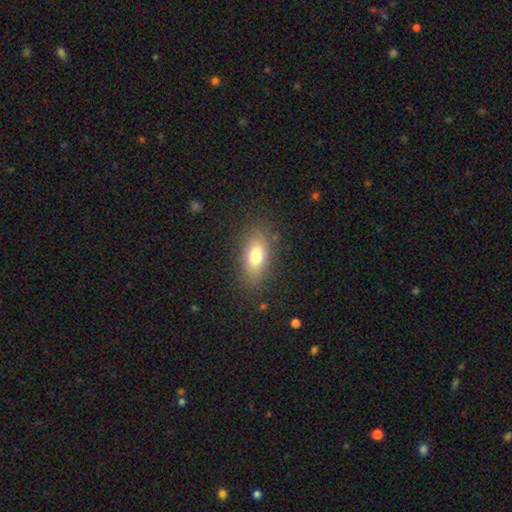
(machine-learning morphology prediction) smooth-or-featured: smooth: 75% | featured or disk: 15% | star or artifact: 10%
  how-rounded: in between: 81% | cigar-shaped: 10% | round: 9%
  merging: none: 83% | minor disturbance: 11% | major disturbance: 4% | merger: 1%